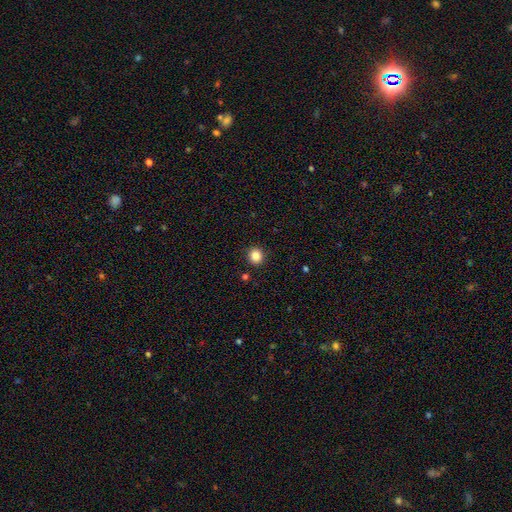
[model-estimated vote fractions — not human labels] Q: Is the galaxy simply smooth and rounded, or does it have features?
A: smooth — 85%.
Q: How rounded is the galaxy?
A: round — 89%.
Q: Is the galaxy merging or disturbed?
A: none — 91%.